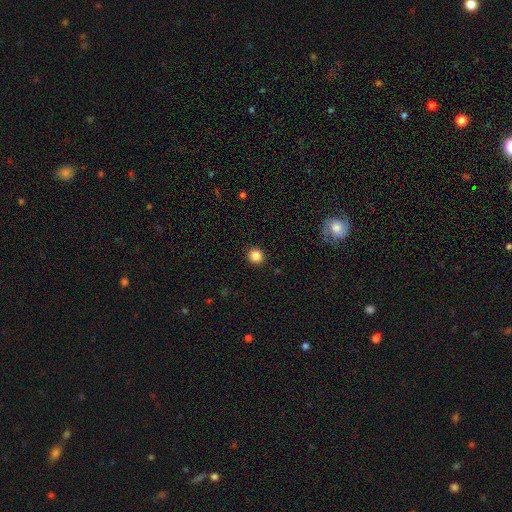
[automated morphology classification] This is clearly a smooth galaxy (85%). How rounded: clearly round (90%). Merging: clearly none (92%).